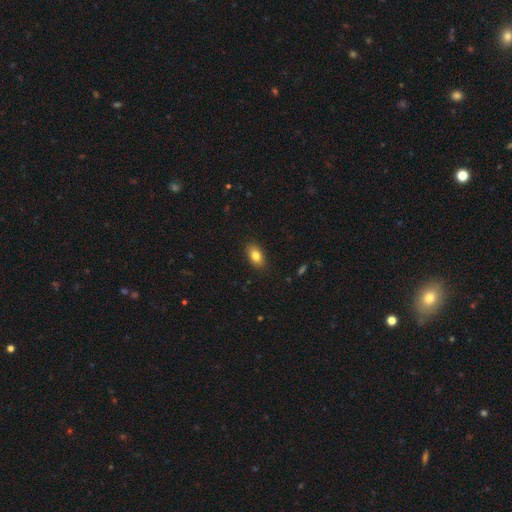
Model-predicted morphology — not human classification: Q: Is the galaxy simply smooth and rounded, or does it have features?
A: smooth — 83%.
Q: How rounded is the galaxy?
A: in between — 88%.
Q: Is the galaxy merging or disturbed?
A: none — 87%.